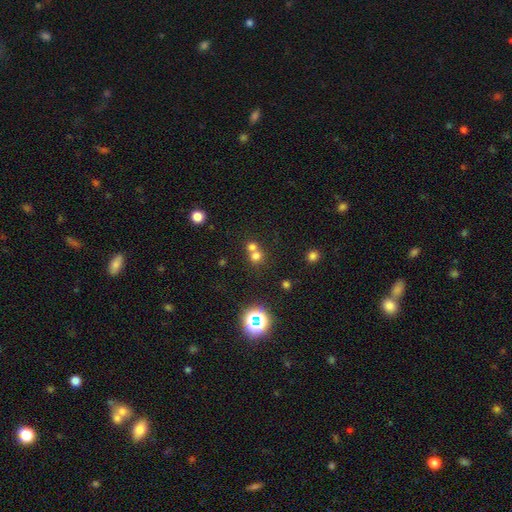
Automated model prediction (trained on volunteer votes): Overall: smooth (65%). How rounded: round (86%). Merging: merger (51%; none 42%).